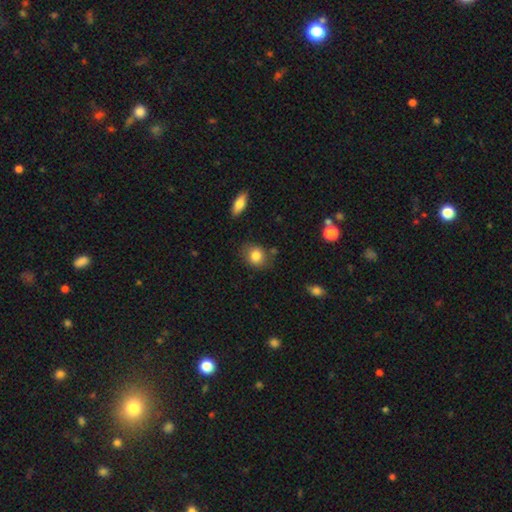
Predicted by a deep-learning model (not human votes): A smooth galaxy with no disk features (82%) that is round (62%).

Vote fractions:
- Smooth or featured? smooth: 82% / featured or disk: 9% / star or artifact: 9%
- How rounded? round: 62% / in between: 37% / cigar-shaped: 1%
- Merging? none: 76% / minor disturbance: 16% / major disturbance: 4% / merger: 4%